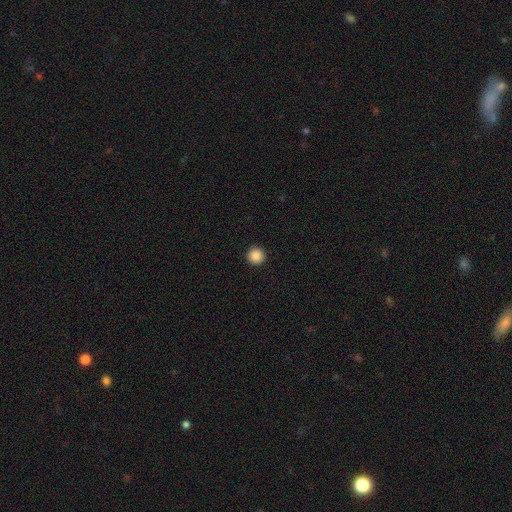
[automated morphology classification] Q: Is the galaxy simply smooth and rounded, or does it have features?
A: smooth — 88%.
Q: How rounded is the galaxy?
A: round — 97%.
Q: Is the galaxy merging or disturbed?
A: none — 94%.